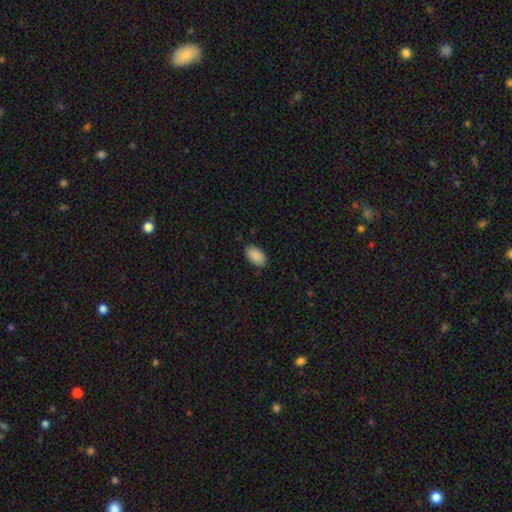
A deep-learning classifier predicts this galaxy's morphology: A smooth galaxy with no disk features (89%) that is in between round and cigar-shaped (94%). Merging: none (84%).